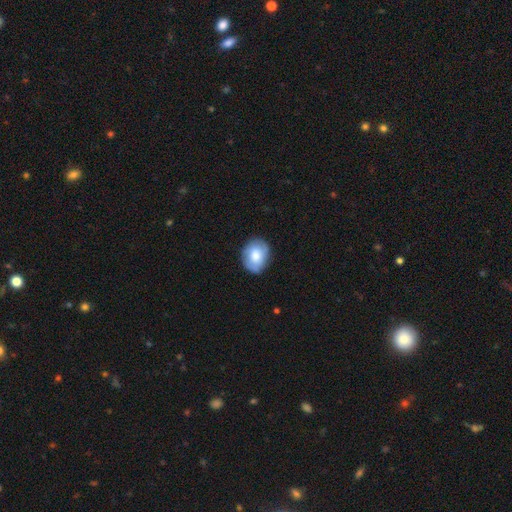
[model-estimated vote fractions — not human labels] Smooth or featured? smooth (71%)
How rounded? in between (52%)
Merging? none (80%)